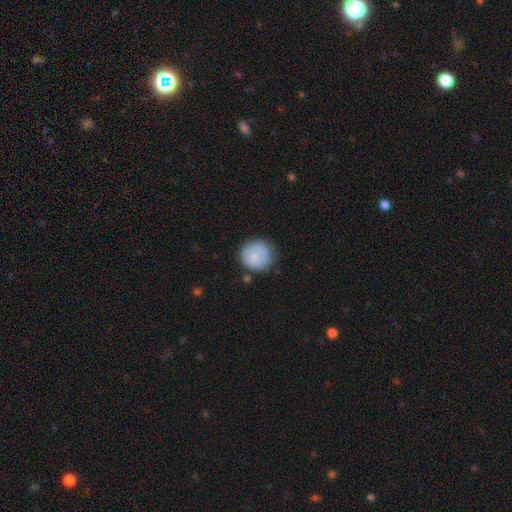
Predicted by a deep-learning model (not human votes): Smooth or featured? Predicted: smooth (p=0.79). How rounded? Predicted: round (p=0.91). Merging? Predicted: none (p=0.71).